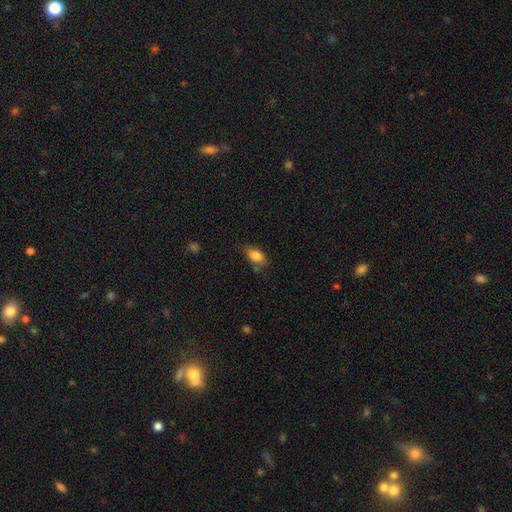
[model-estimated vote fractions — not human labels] smooth-or-featured: smooth: 83% | featured or disk: 9% | star or artifact: 8%
  how-rounded: in between: 88% | round: 7% | cigar-shaped: 4%
  merging: none: 66% | minor disturbance: 24% | major disturbance: 6% | merger: 5%